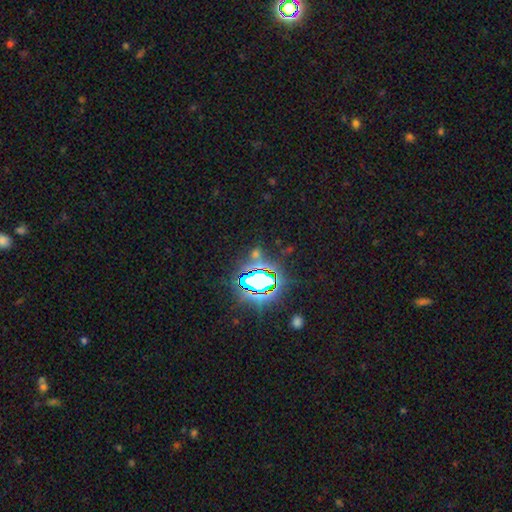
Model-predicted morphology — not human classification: The model was most divided on "smooth or featured": star or artifact: 73%, smooth: 17%, featured or disk: 10%.